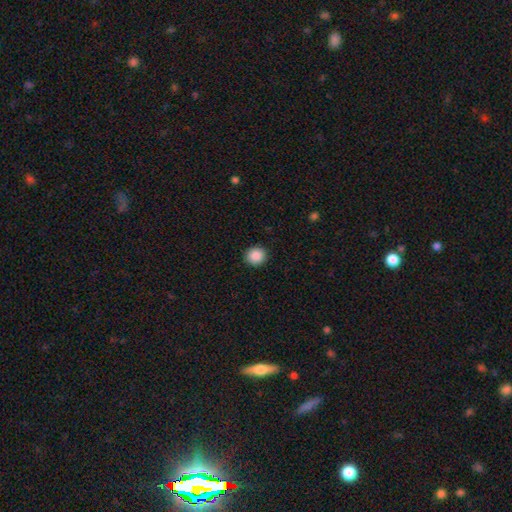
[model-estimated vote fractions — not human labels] smooth 88%, star or artifact 9%, featured or disk 3%. Down the decision tree: how rounded — round (89%); merging — none (92%).